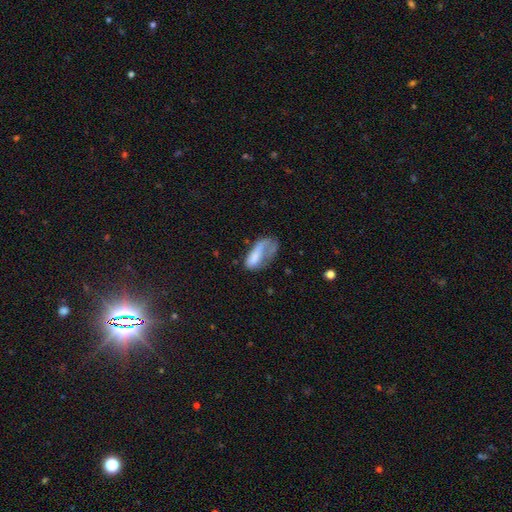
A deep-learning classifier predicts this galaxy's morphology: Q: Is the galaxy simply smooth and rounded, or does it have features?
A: smooth — 64%.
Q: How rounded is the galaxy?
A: in between — 84%.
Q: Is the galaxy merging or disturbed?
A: major disturbance — 50%.